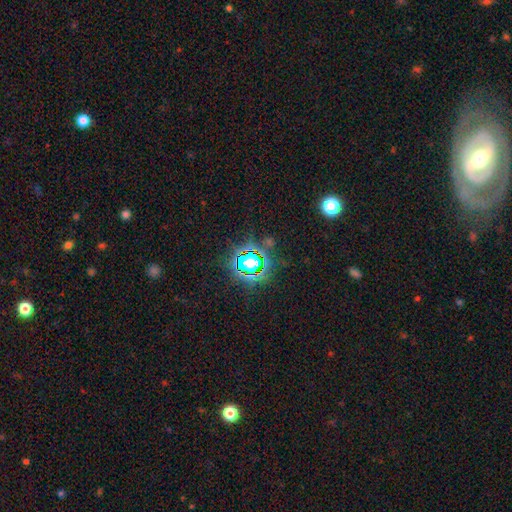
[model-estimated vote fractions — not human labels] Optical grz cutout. It shows a star or artifact, not a galaxy (75%).